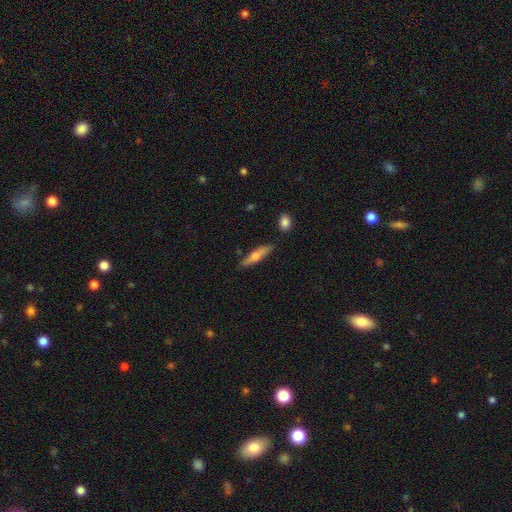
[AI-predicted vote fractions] smooth-or-featured: smooth: 51% | featured or disk: 43% | star or artifact: 6%
  how-rounded: cigar-shaped: 82% | in between: 16% | round: 2%
  merging: none: 85% | minor disturbance: 11% | merger: 3% | major disturbance: 2%